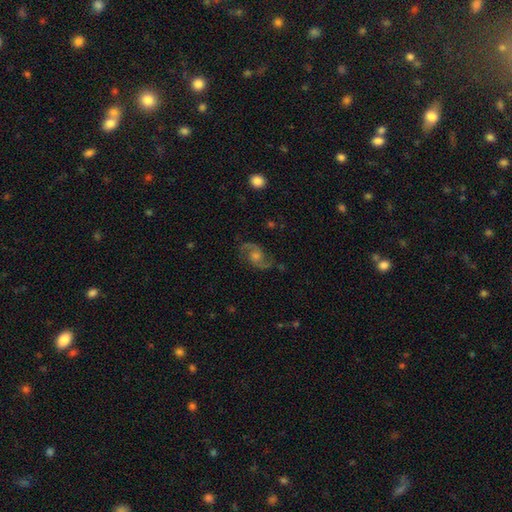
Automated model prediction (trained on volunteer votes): A featured or disk galaxy (86%) with no bar (61%), 2 (93%) medium (55%) spiral arms (97%) and a moderate central bulge (51%). Merging: none (81%).